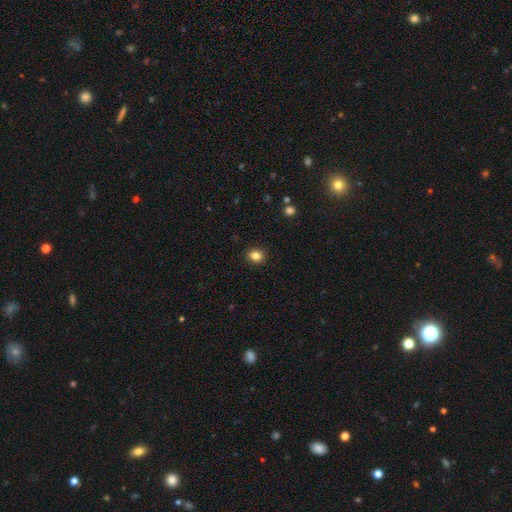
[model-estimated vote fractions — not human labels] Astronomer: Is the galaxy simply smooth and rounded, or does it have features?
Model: smooth — 83%.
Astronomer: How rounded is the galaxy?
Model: round — 69%.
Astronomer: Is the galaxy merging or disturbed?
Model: none — 91%.